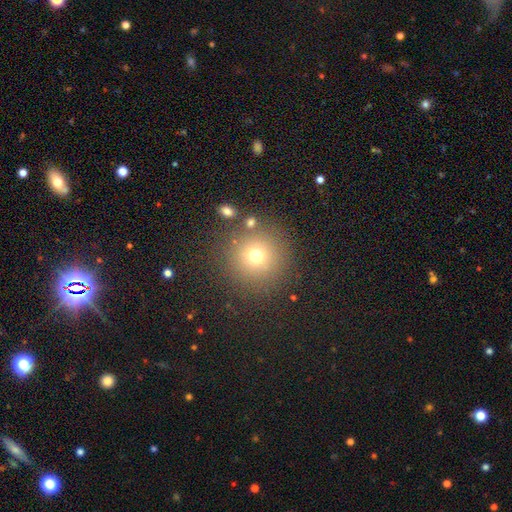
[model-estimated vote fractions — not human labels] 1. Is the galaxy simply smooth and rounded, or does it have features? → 70% smooth, 18% star or artifact, 12% featured or disk.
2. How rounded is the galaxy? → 95% round, 4% in between, 1% cigar-shaped.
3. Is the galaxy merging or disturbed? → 84% none, 8% minor disturbance, 4% merger, 4% major disturbance.